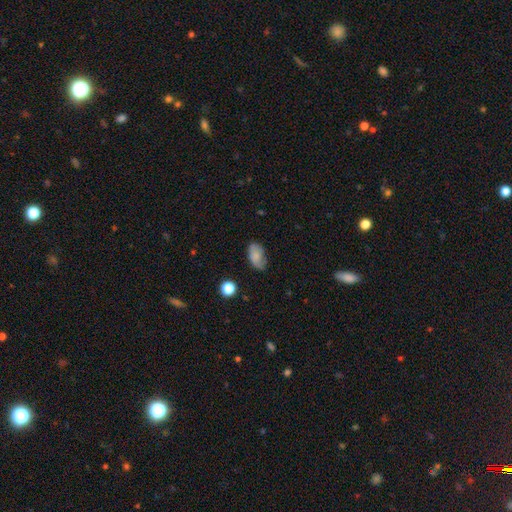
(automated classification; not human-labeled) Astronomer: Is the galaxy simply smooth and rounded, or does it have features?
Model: smooth — 75%.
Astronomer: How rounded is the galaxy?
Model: in between — 91%.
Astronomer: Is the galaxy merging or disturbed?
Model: none — 66%.